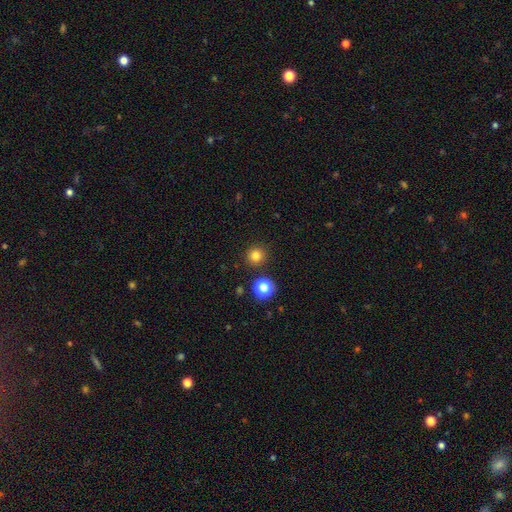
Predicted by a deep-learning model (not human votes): Smooth or featured?
  - smooth: 80% *
  - star or artifact: 15%
  - featured or disk: 5%
How rounded?
  - round: 94% *
  - in between: 5%
  - cigar-shaped: 1%
Merging?
  - none: 89% *
  - minor disturbance: 6%
  - merger: 3%
  - major disturbance: 2%